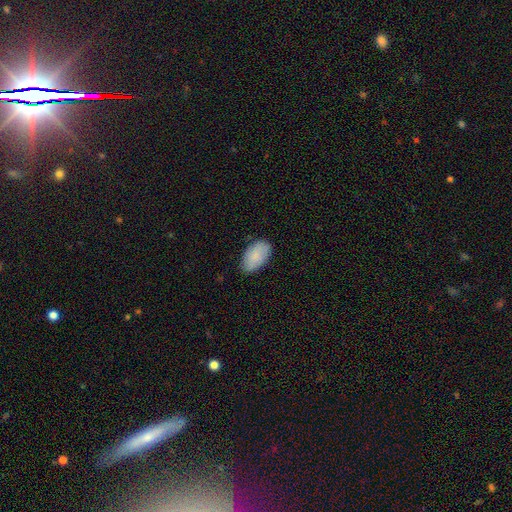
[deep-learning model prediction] A smooth galaxy with no disk features (84%) that is in between round and cigar-shaped (94%). Merging: none (74%).